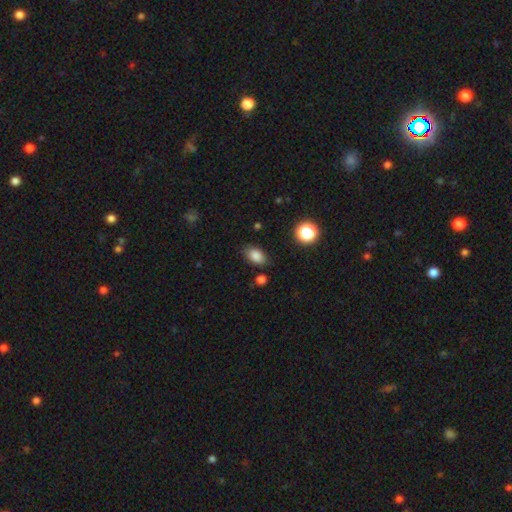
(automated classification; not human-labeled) Smooth or featured? Predicted: smooth (p=0.84). How rounded? Predicted: in between (p=0.86). Merging? Predicted: none (p=0.81).